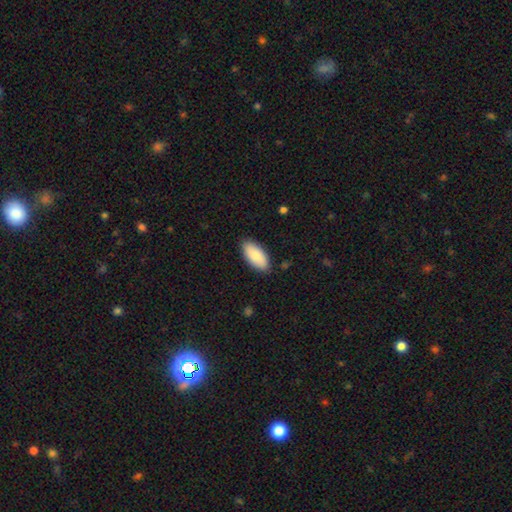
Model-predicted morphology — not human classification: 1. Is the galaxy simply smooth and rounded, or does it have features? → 86% smooth, 8% featured or disk, 6% star or artifact.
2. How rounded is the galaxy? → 93% in between, 5% cigar-shaped, 2% round.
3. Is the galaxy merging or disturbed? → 87% none, 10% minor disturbance, 2% major disturbance, 1% merger.